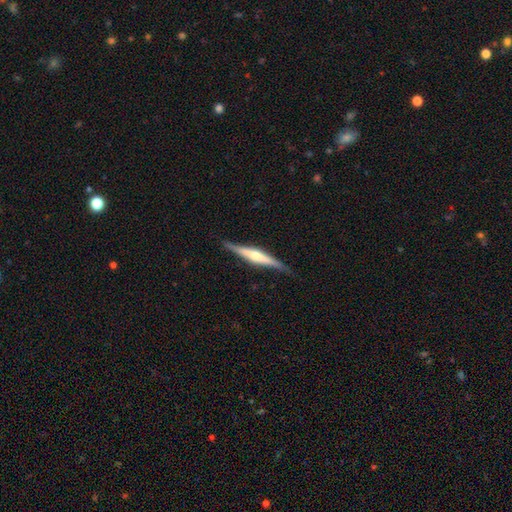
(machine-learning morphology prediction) Smooth or featured? featured or disk (72%)
Edge-on disk? yes (97%)
Edge-on bulge? rounded (77%)
Merging? none (86%)